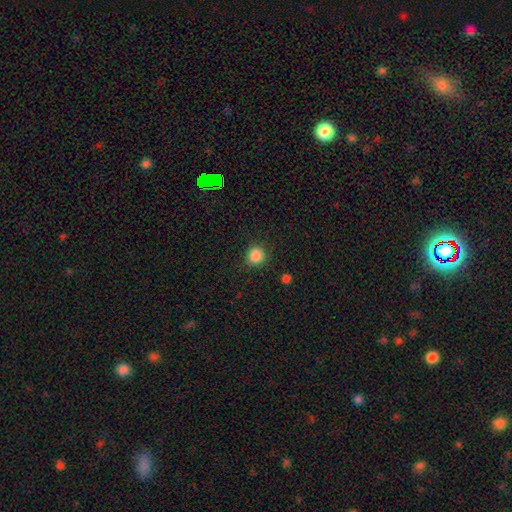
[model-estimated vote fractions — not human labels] Overall: smooth (86%). How rounded: round (89%). Merging: none (87%).